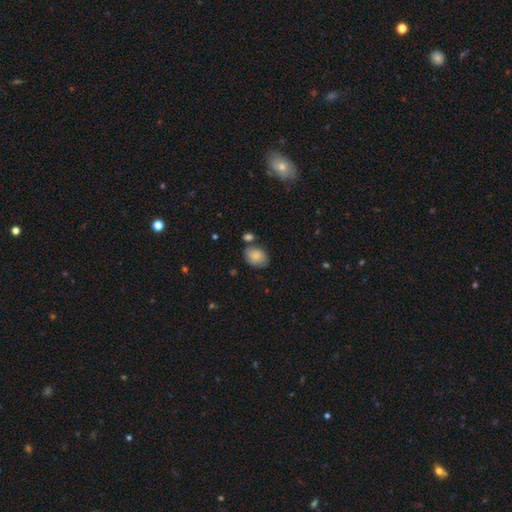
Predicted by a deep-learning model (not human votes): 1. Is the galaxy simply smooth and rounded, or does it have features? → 83% smooth, 10% featured or disk, 7% star or artifact.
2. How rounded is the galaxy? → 68% in between, 31% round, 1% cigar-shaped.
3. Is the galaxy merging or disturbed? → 60% none, 22% minor disturbance, 12% merger, 6% major disturbance.